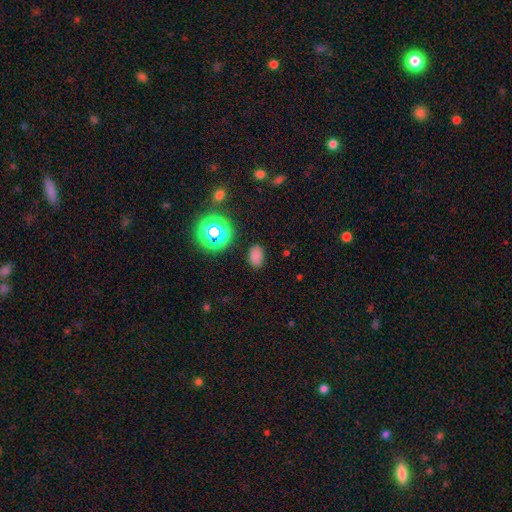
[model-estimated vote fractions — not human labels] A smooth galaxy with no disk features (72%) that is in between round and cigar-shaped (86%).

Vote fractions:
- Smooth or featured? smooth: 72% / star or artifact: 23% / featured or disk: 5%
- How rounded? in between: 86% / round: 13% / cigar-shaped: 2%
- Merging? none: 83% / minor disturbance: 12% / major disturbance: 4% / merger: 2%